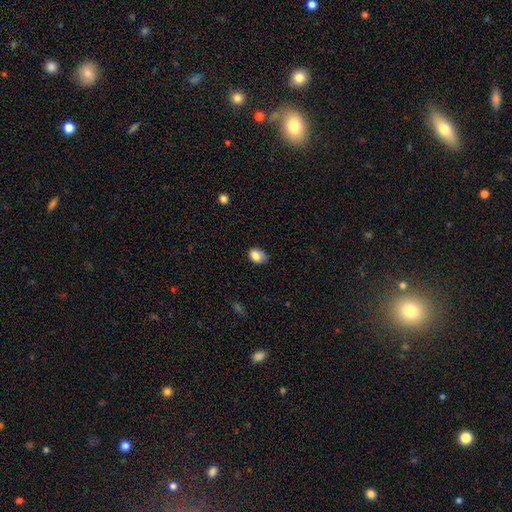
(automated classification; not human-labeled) Smooth or featured? smooth (84%)
How rounded? in between (67%)
Merging? none (60%)